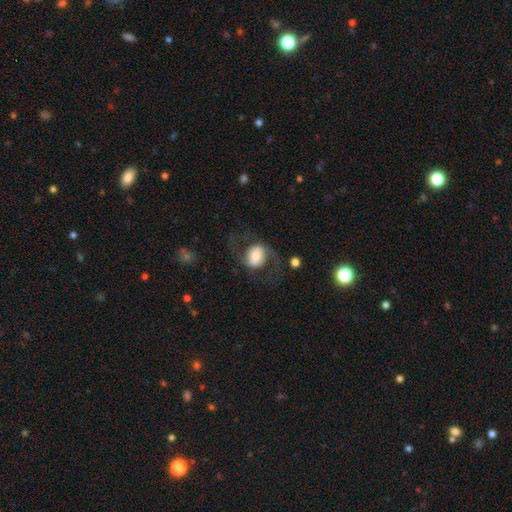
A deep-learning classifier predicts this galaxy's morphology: featured or disk 62%, smooth 30%, star or artifact 8%. Down the decision tree: edge-on disk — no (97%); bar — no (46%); spiral arms — yes (88%); spiral arm count — 2 (91%); spiral winding — loose (51%); bulge size — moderate (36%); merging — none (64%).